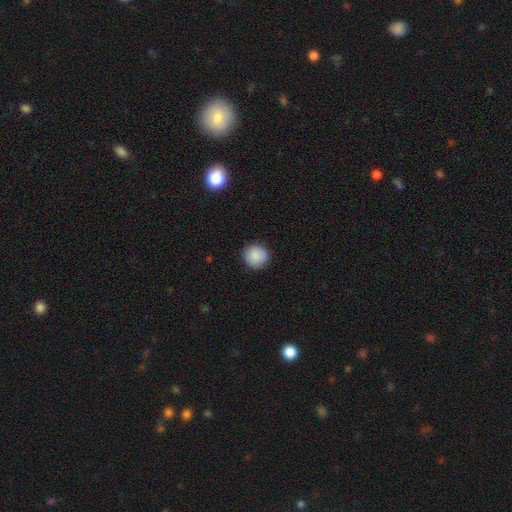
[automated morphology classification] Smooth or featured? Predicted: smooth (p=0.88). How rounded? Predicted: round (p=0.94). Merging? Predicted: none (p=0.90).